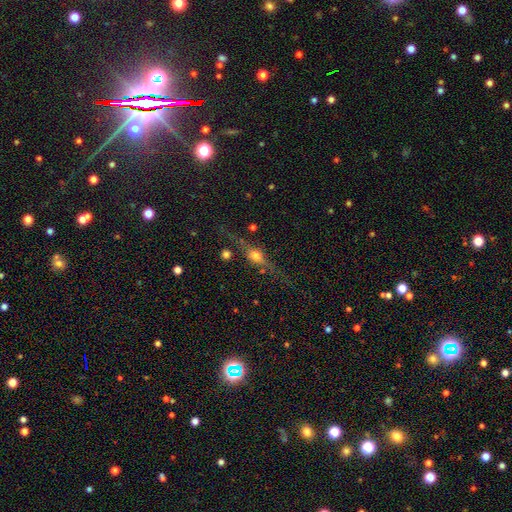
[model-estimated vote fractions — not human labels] This appears to be a featured or disk galaxy (72%) viewed edge-on (91%) with a rounded central bulge (95%). Merging: none (77%).